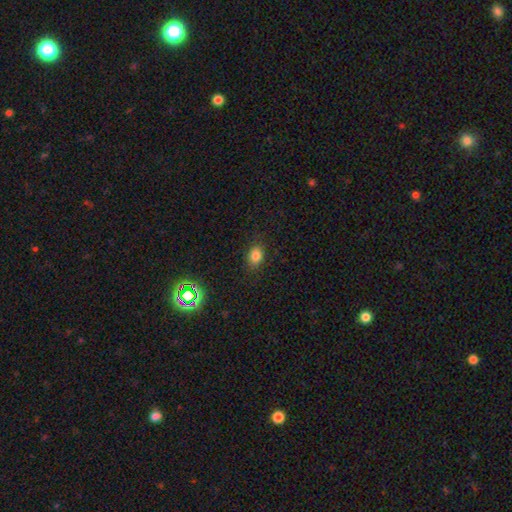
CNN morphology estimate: Smooth or featured?
  - smooth: 81% *
  - star or artifact: 14%
  - featured or disk: 6%
How rounded?
  - in between: 71% *
  - round: 28%
  - cigar-shaped: 1%
Merging?
  - none: 85% *
  - minor disturbance: 11%
  - major disturbance: 3%
  - merger: 1%